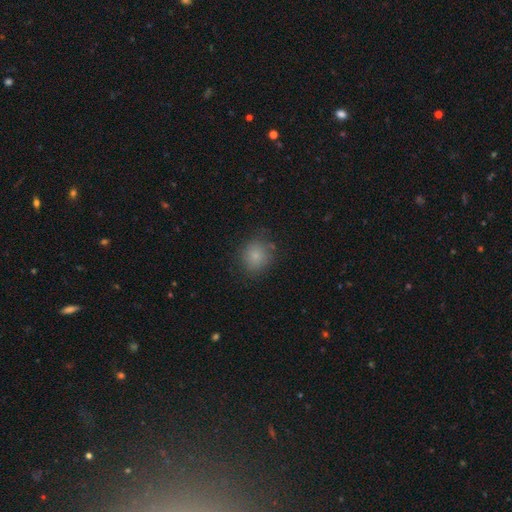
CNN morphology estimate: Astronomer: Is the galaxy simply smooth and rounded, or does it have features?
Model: smooth — 81%.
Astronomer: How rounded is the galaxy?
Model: round — 78%.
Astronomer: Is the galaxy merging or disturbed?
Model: none — 76%.